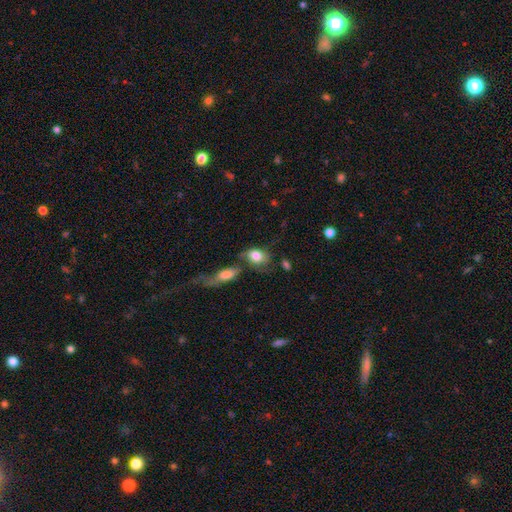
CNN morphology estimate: A smooth galaxy with no disk features (77%) that is in between round and cigar-shaped (72%).

Vote fractions:
- Smooth or featured? smooth: 77% / featured or disk: 16% / star or artifact: 7%
- How rounded? in between: 72% / round: 25% / cigar-shaped: 3%
- Merging? none: 36% / merger: 31% / minor disturbance: 19% / major disturbance: 14%